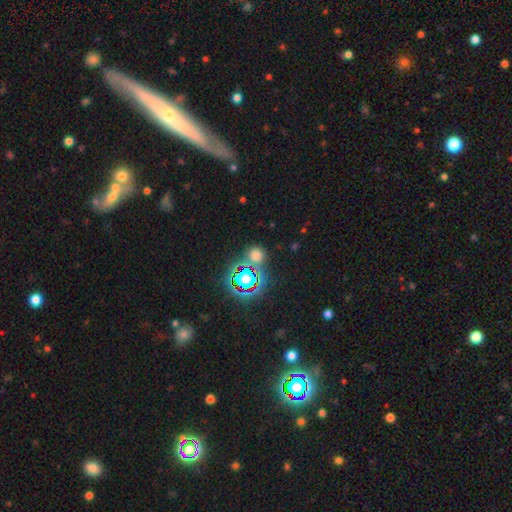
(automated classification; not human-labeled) Overall: smooth (55%; star or artifact 38%). How rounded: round (87%). Merging: none (76%).